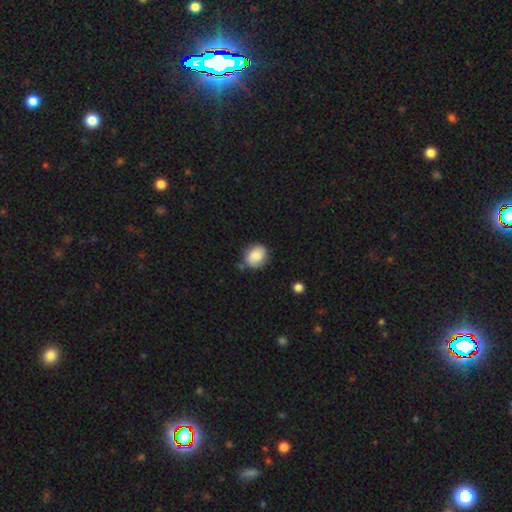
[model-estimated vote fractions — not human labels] This is clearly a smooth galaxy (81%). How rounded: likely round (65%). Merging: likely none (71%).